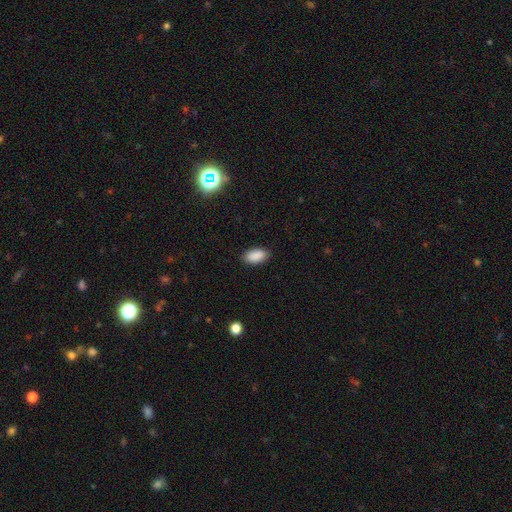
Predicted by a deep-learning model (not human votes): Morphology: type=smooth (90%); roundness=in between (94%); merging=none (87%).